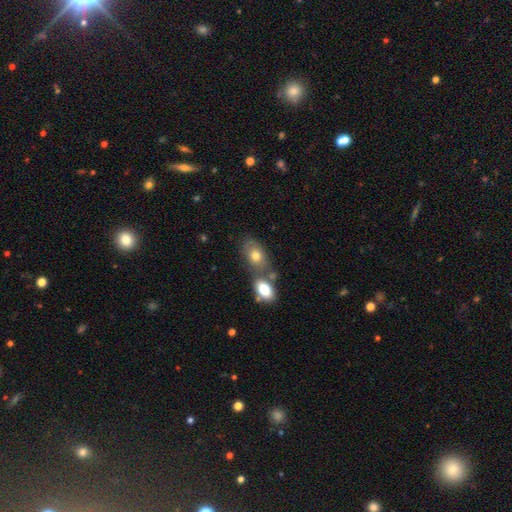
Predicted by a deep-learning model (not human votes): This is likely a smooth galaxy (71%). How rounded: clearly in between (83%). Merging: marginally merger (45%).